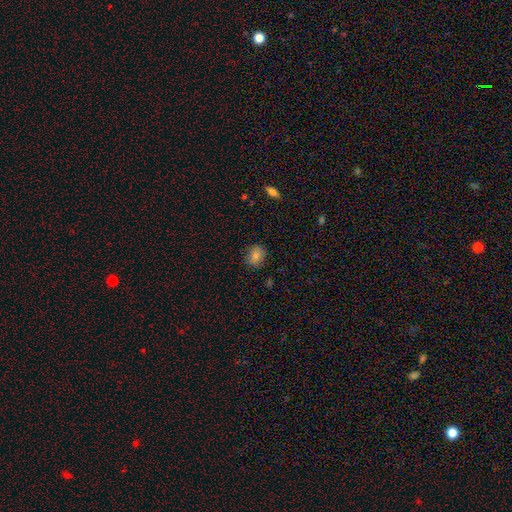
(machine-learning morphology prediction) Smooth or featured?
  - smooth: 79% *
  - star or artifact: 11%
  - featured or disk: 9%
How rounded?
  - round: 73% *
  - in between: 26%
  - cigar-shaped: 1%
Merging?
  - none: 88% *
  - minor disturbance: 9%
  - major disturbance: 2%
  - merger: 1%